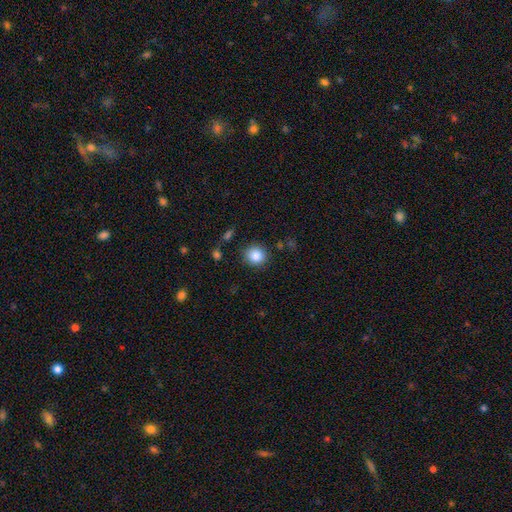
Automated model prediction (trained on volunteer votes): A smooth galaxy with no disk features (87%) that is round (90%). Merging: none (86%).